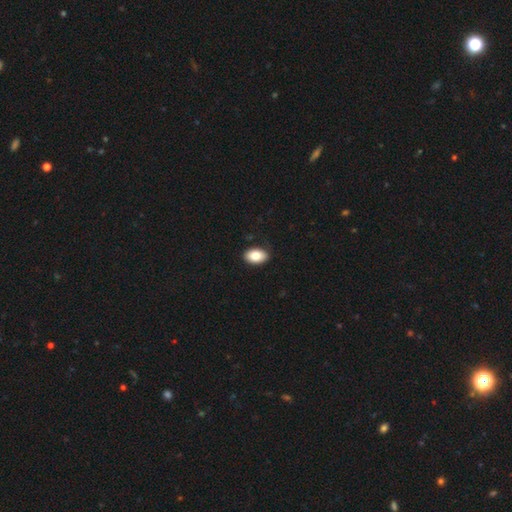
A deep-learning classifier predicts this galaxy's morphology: smooth_or_featured: smooth (p=0.84) [alt: featured or disk p=0.08]
how_rounded: in between (p=0.91) [alt: round p=0.08]
merging: none (p=0.88) [alt: minor disturbance p=0.10]